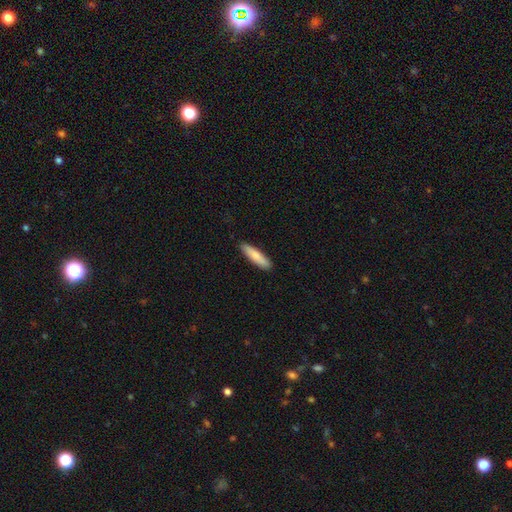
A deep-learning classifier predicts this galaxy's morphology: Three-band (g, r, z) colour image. It shows a smooth galaxy with no disk features (78%) that is cigar-shaped (76%). Merging: none (89%).